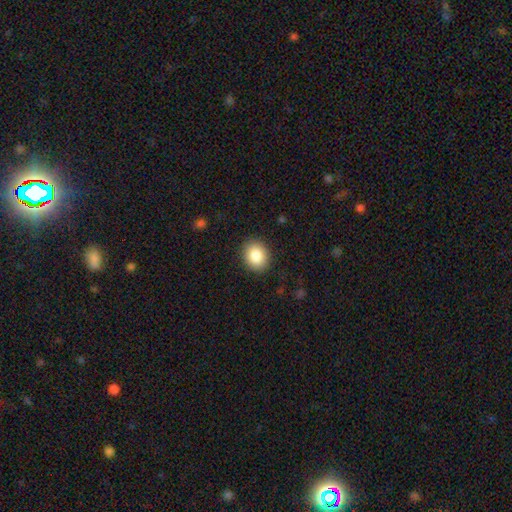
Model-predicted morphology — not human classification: Smooth or featured?
  - smooth: 86% *
  - star or artifact: 8%
  - featured or disk: 6%
How rounded?
  - round: 62% *
  - in between: 37%
  - cigar-shaped: 1%
Merging?
  - none: 89% *
  - minor disturbance: 7%
  - major disturbance: 2%
  - merger: 1%